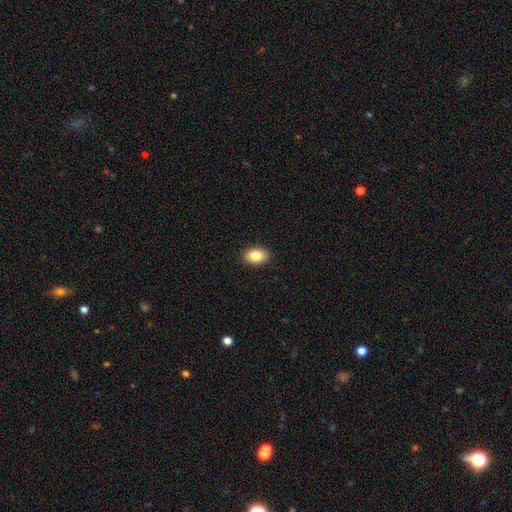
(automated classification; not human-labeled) smooth_or_featured: smooth (p=0.86) [alt: star or artifact p=0.08]
how_rounded: in between (p=0.85) [alt: round p=0.14]
merging: none (p=0.90) [alt: minor disturbance p=0.07]